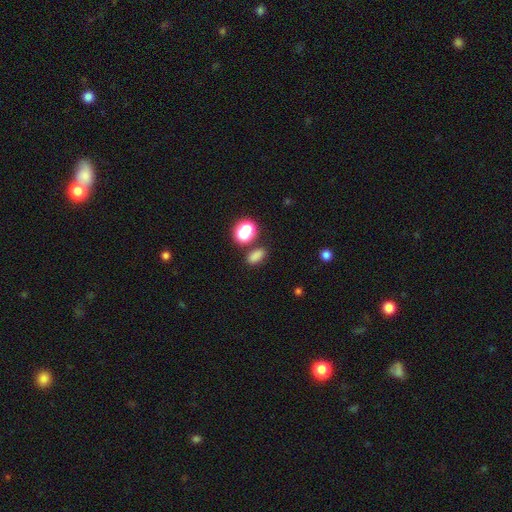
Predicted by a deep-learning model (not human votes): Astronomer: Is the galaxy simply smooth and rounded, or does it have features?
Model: smooth — 77%.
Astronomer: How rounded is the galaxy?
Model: in between — 75%.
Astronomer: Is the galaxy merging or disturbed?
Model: none — 67%.